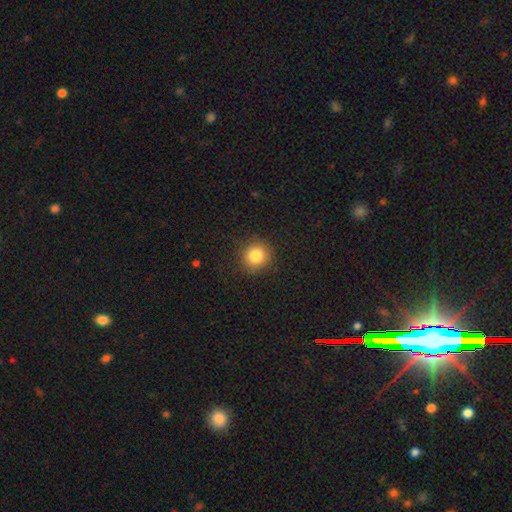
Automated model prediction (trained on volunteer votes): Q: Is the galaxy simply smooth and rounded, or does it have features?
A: smooth — 82%.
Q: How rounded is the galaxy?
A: round — 91%.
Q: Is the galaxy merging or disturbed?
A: none — 89%.